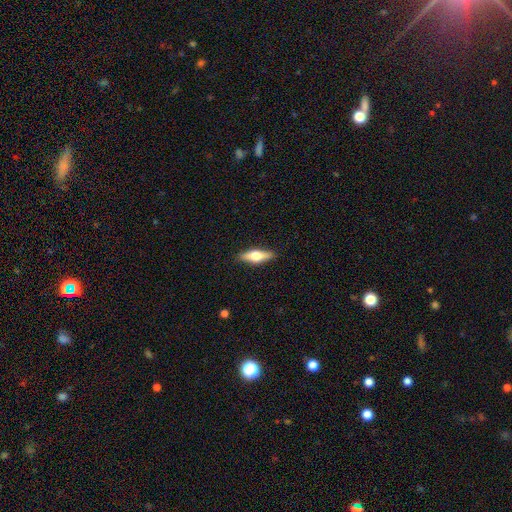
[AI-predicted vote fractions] A featured or disk galaxy (48%).

Vote fractions:
- Smooth or featured? featured or disk: 48% / smooth: 46% / star or artifact: 6%
- Merging? none: 89% / minor disturbance: 8% / major disturbance: 2% / merger: 1%